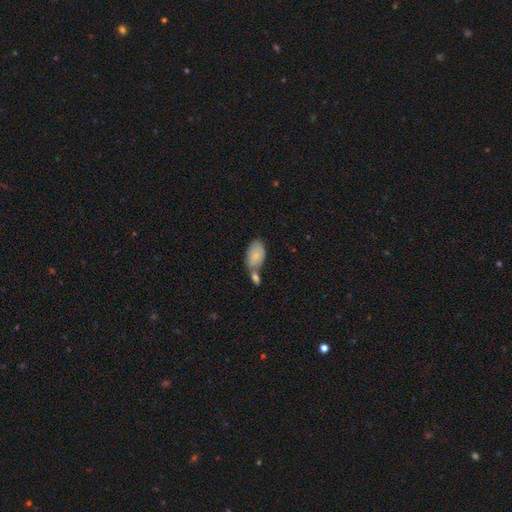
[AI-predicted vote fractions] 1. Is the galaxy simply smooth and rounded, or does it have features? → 78% smooth, 15% featured or disk, 6% star or artifact.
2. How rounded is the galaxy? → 92% in between, 6% round, 2% cigar-shaped.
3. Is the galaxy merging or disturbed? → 44% merger, 33% none, 17% minor disturbance, 6% major disturbance.